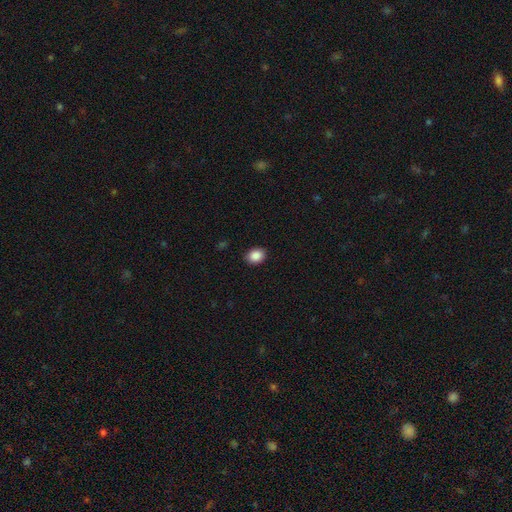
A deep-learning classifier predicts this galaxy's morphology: Smooth or featured: smooth — 89% (star or artifact — 8%)
How rounded: in between — 56% (round — 43%)
Merging: none — 90% (minor disturbance — 7%)